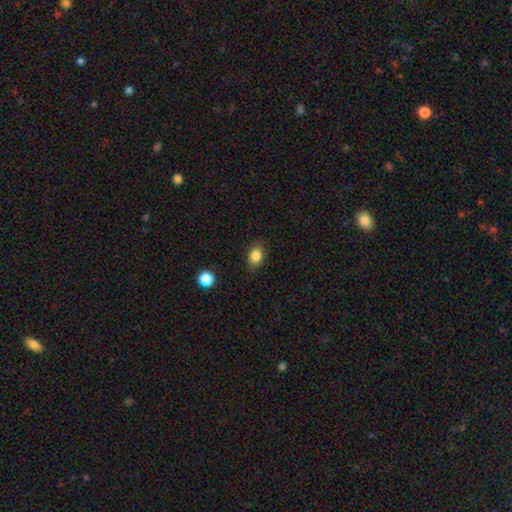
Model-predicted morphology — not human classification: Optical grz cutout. It shows a smooth galaxy with no disk features (84%) that is in between round and cigar-shaped (61%). Merging: none (84%).